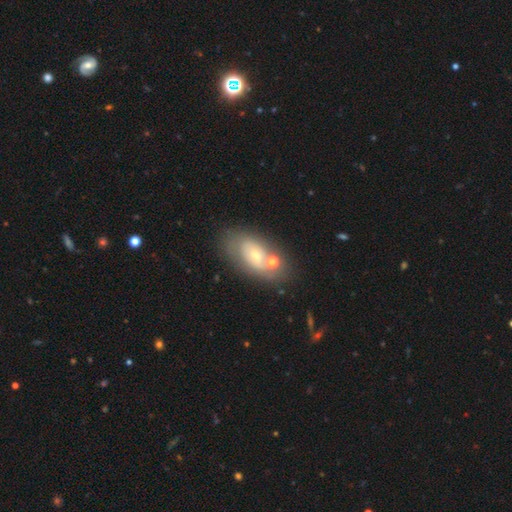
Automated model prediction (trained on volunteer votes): Smooth or featured: smooth — 47% (featured or disk — 42%)
Merging: none — 56% (minor disturbance — 19%)